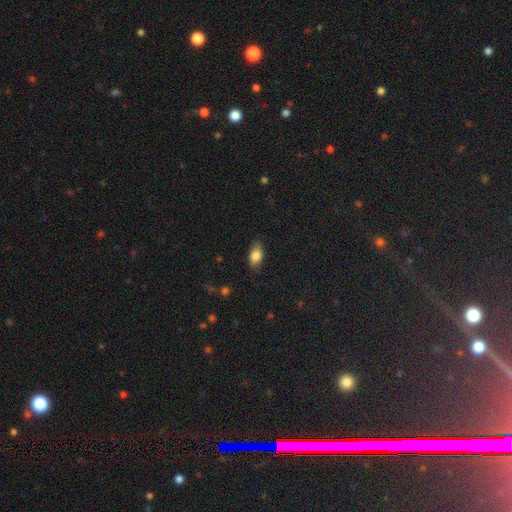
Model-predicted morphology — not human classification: Smooth or featured? smooth (84%)
How rounded? in between (88%)
Merging? none (80%)